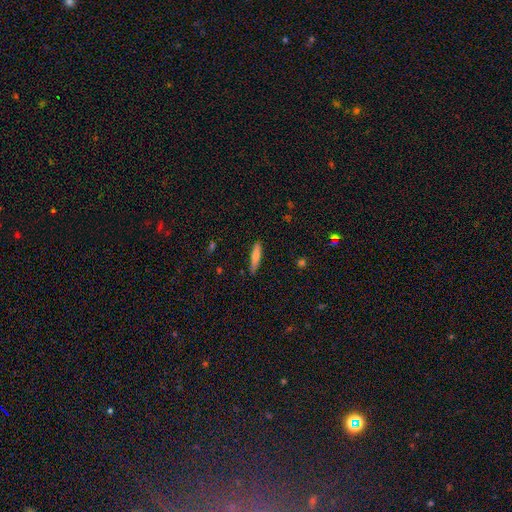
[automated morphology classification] The model was most divided on "smooth or featured": smooth: 67%, featured or disk: 26%, star or artifact: 7%. More confident: merging — none (86%); how rounded — cigar-shaped (82%).